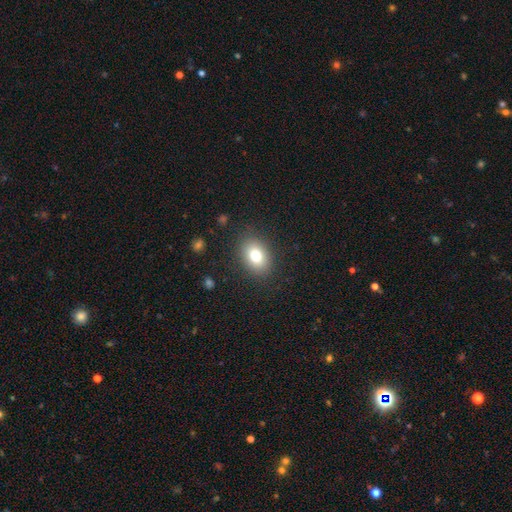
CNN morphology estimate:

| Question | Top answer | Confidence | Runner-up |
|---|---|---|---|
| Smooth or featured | smooth | 79% | featured or disk (11%) |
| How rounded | in between | 73% | round (26%) |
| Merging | none | 86% | minor disturbance (10%) |